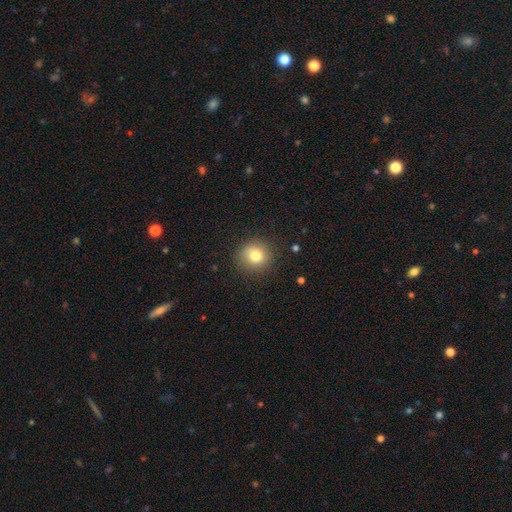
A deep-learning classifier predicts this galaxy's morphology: Overall: smooth (79%). How rounded: round (89%). Merging: none (86%).